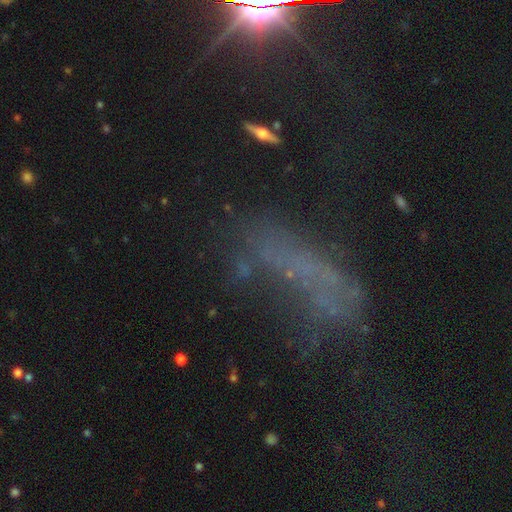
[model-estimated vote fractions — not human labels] Smooth or featured?
  - featured or disk: 34% * (tied)
  - star or artifact: 34% * (tied)
  - smooth: 32%
Merging?
  - none: 36% *
  - major disturbance: 34%
  - minor disturbance: 16%
  - merger: 13%